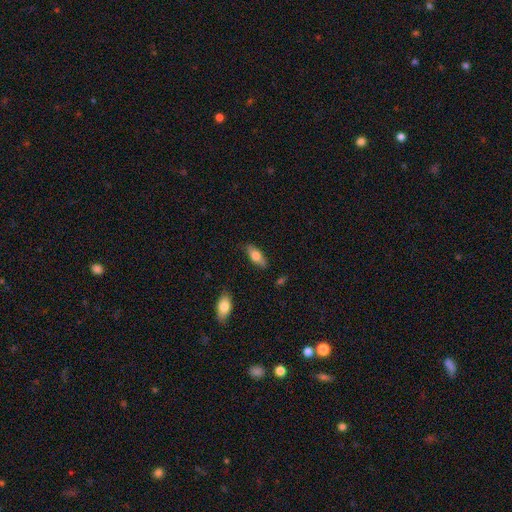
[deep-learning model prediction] Overall: smooth (68%). How rounded: in between (72%). Merging: none (82%).